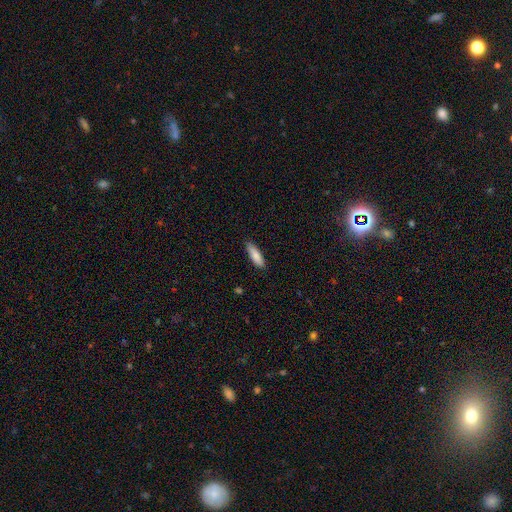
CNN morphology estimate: smooth 85%, featured or disk 9%, star or artifact 6%. Down the decision tree: how rounded — cigar-shaped (54%); merging — none (86%).